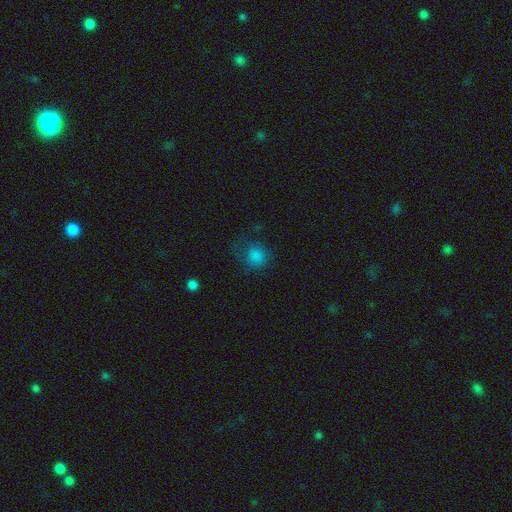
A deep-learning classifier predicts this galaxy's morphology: smooth-or-featured: smooth: 77% | star or artifact: 13% | featured or disk: 10%
  how-rounded: round: 80% | in between: 19% | cigar-shaped: 1%
  merging: none: 60% | minor disturbance: 22% | major disturbance: 16% | merger: 2%